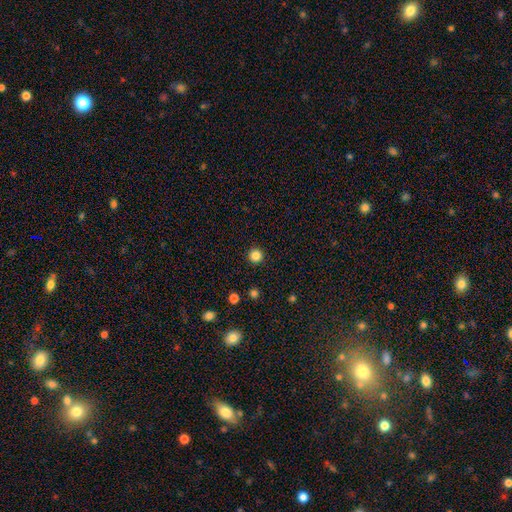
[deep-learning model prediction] smooth_or_featured: smooth (p=0.84) [alt: star or artifact p=0.12]
how_rounded: round (p=0.96) [alt: in between p=0.03]
merging: none (p=0.93) [alt: minor disturbance p=0.04]